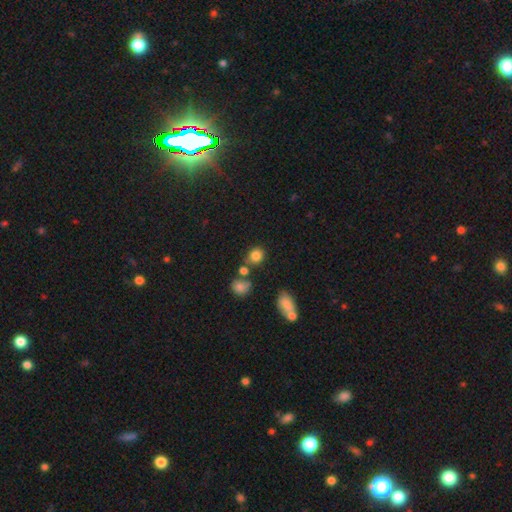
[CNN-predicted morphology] Overall: smooth (82%). How rounded: round (72%). Merging: none (67%).